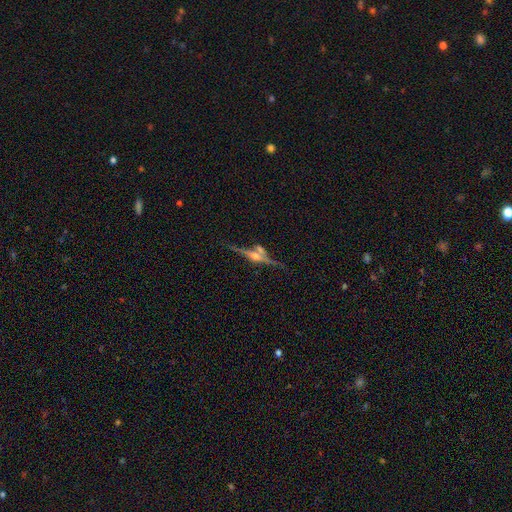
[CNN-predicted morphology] This appears to be a featured or disk galaxy (81%) viewed edge-on (95%) with a rounded central bulge (90%). Merging: none (69%).